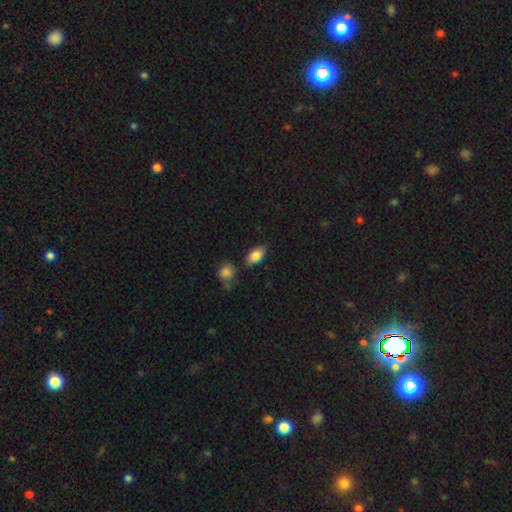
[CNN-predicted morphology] type=smooth (84%); roundness=in between (92%); merging=none (76%).